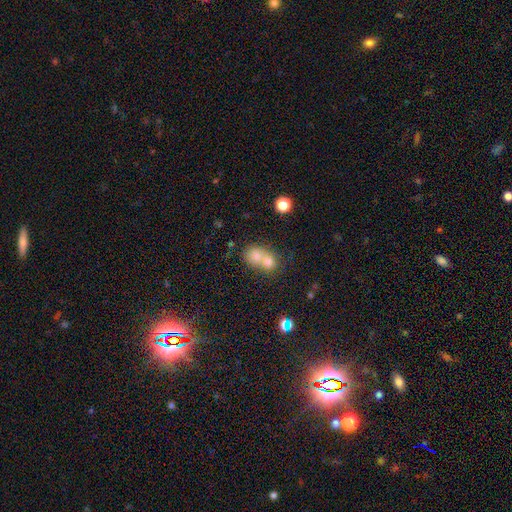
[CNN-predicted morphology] This appears to be a smooth galaxy with no disk features (73%) that is round (59%). Merging: merger (71%).